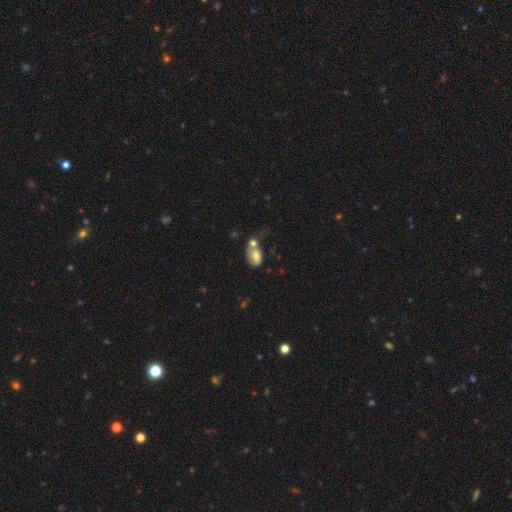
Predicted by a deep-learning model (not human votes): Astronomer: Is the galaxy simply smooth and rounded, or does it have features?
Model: smooth — 63%.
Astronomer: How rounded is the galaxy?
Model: in between — 84%.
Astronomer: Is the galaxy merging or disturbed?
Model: merger — 47% (runner-up: none, 24%).